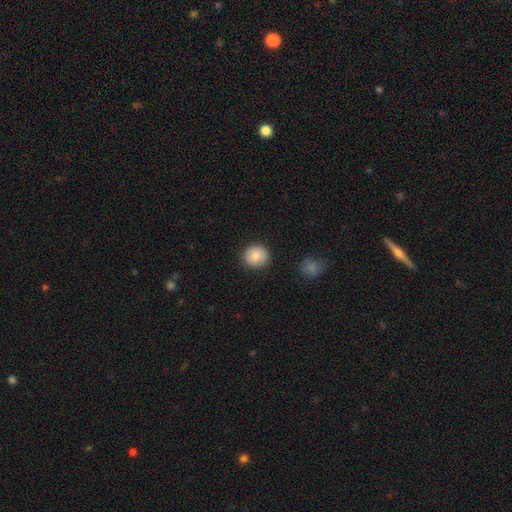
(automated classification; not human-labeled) Smooth or featured? smooth (83%)
How rounded? round (90%)
Merging? none (89%)